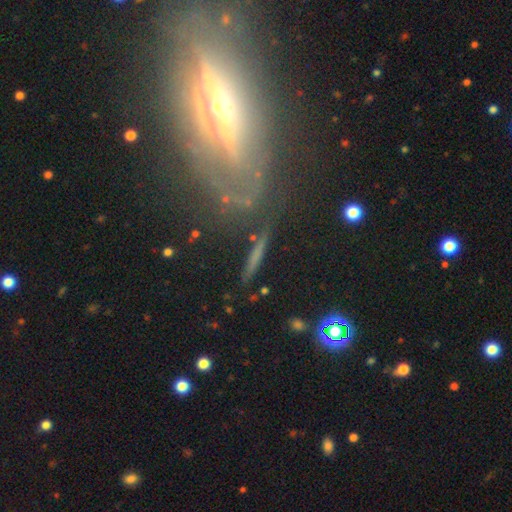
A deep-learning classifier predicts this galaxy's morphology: Smooth or featured? smooth (48%)
Merging? none (81%)